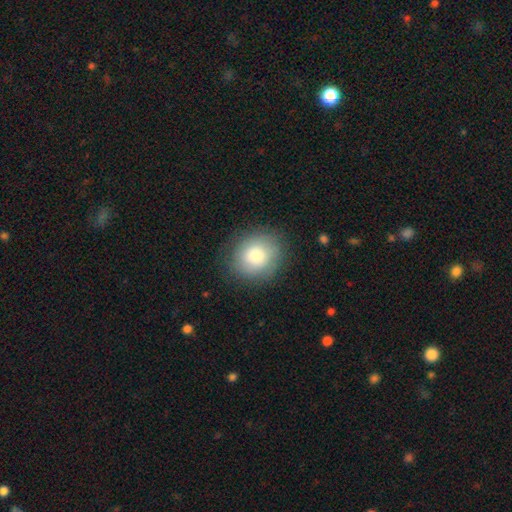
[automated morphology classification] This appears to be a smooth galaxy with no disk features (81%) that is round (75%). Merging: none (84%).